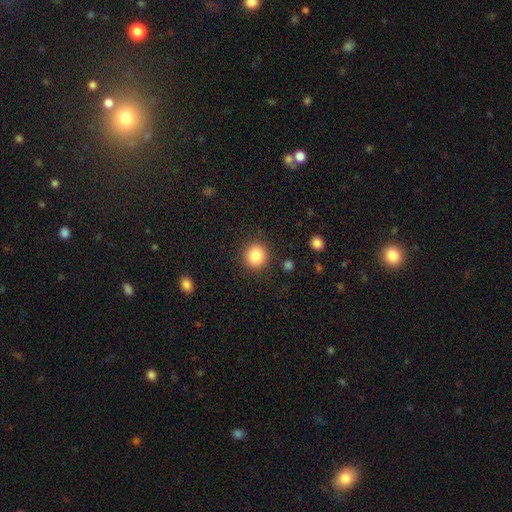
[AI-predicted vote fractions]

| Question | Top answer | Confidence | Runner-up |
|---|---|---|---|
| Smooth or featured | smooth | 85% | star or artifact (10%) |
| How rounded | round | 91% | in between (8%) |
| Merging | none | 89% | minor disturbance (7%) |